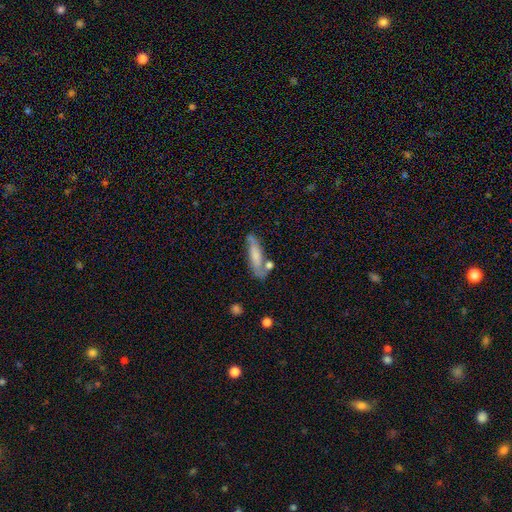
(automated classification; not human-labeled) This is possibly a smooth galaxy (58%). How rounded: likely cigar-shaped (61%). Merging: possibly none (56%).